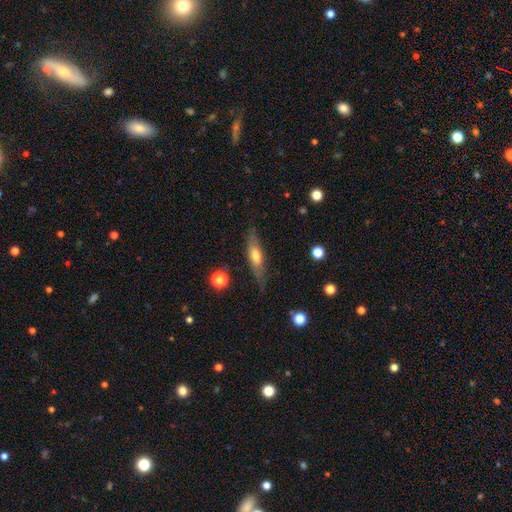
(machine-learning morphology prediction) Overall: smooth (50%; featured or disk 43%). How rounded: cigar-shaped (58%; in between 39%). Merging: none (73%).